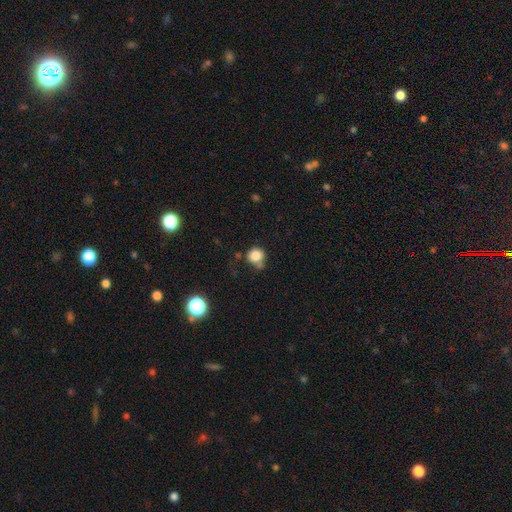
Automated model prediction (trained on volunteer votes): Smooth or featured? Predicted: smooth (p=0.82). How rounded? Predicted: round (p=0.88). Merging? Predicted: none (p=0.54).